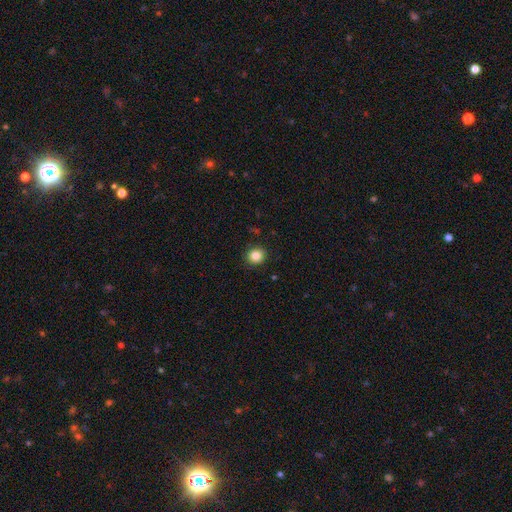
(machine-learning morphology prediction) The model was most divided on "how rounded": round: 85%, in between: 14%, cigar-shaped: 1%. More confident: merging — none (90%); smooth or featured — smooth (85%).